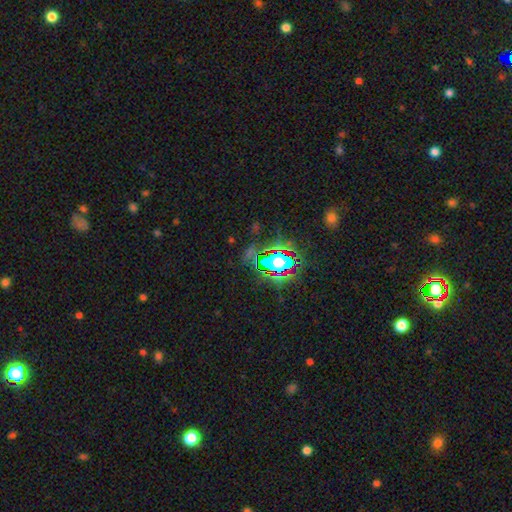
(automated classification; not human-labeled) Smooth or featured? Predicted: star or artifact (p=0.76).